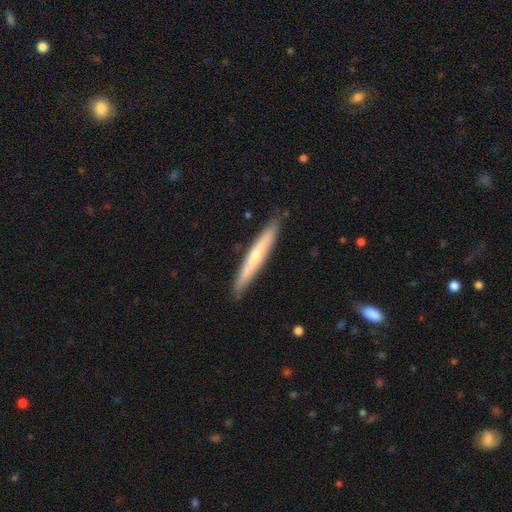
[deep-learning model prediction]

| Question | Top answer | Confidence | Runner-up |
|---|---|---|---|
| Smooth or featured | featured or disk | 49% | smooth (44%) |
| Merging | none | 90% | minor disturbance (8%) |